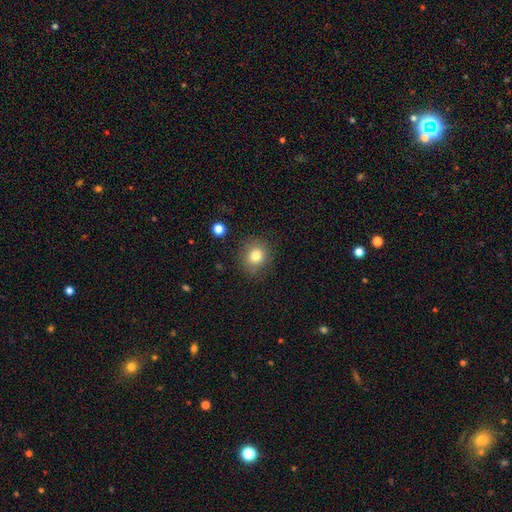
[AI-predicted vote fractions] Smooth or featured? smooth (79%)
How rounded? round (85%)
Merging? none (85%)